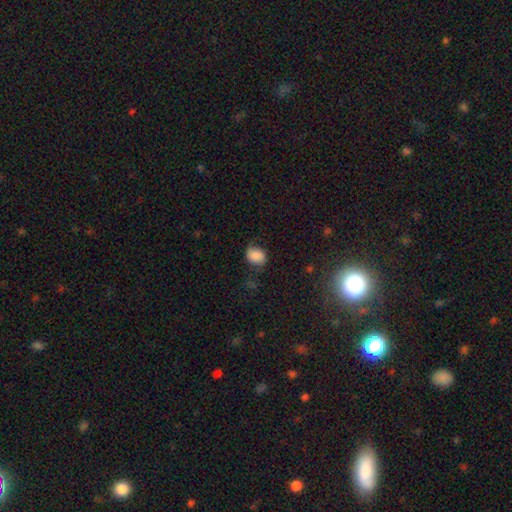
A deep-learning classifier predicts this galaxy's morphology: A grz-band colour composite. It shows a smooth galaxy with no disk features (75%) that is in between round and cigar-shaped (58%). Merging: none (58%).